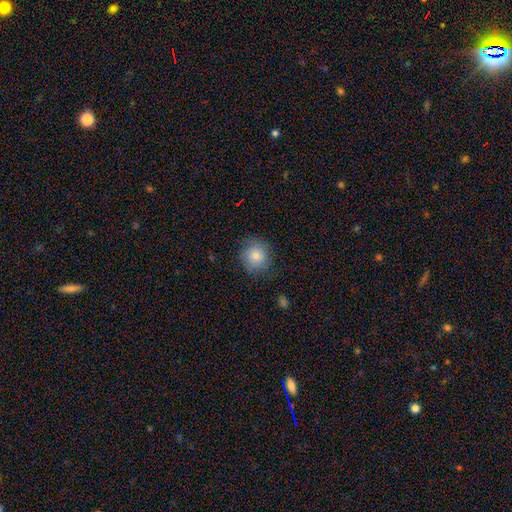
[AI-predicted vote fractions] Overall: smooth (78%). How rounded: round (86%). Merging: none (79%).